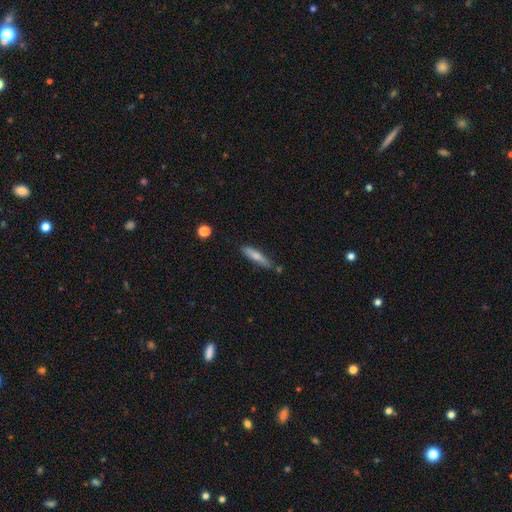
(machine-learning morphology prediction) Smooth or featured? smooth (70%)
How rounded? cigar-shaped (86%)
Merging? none (72%)